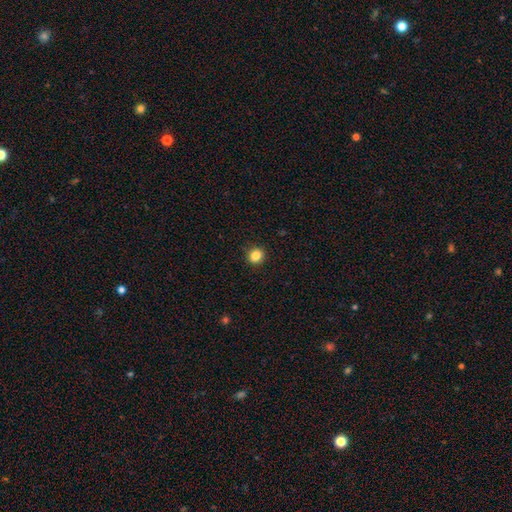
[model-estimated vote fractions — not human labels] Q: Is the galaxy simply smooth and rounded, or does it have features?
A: smooth — 84%.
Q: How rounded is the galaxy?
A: round — 88%.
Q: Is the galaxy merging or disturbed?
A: none — 91%.